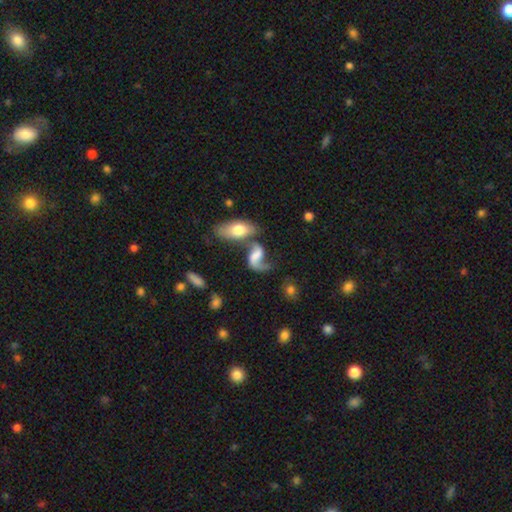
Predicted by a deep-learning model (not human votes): Smooth or featured: featured or disk — 69% (smooth — 23%)
Edge-on disk: no — 95% (yes — 5%)
Bar: weak — 41% (no — 38%)
Spiral arms: yes — 89% (no — 11%)
Spiral winding: loose — 72% (medium — 22%)
Spiral arm count: 2 — 75% (1 — 18%)
Bulge size: none — 29% (moderate — 28%)
Merging: merger — 37% (none — 31%)